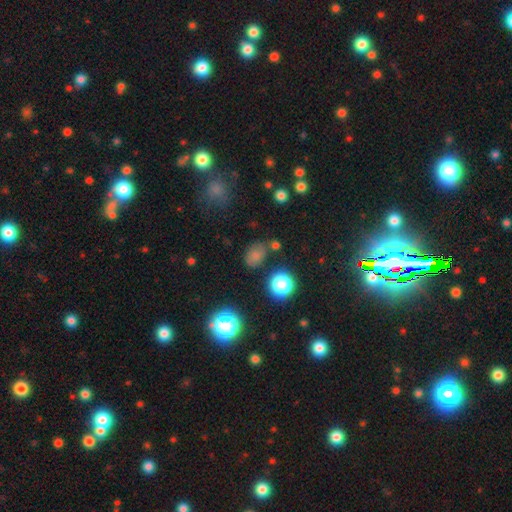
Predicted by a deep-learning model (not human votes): Morphology: type=smooth (70%); roundness=in between (67%); merging=none (65%).